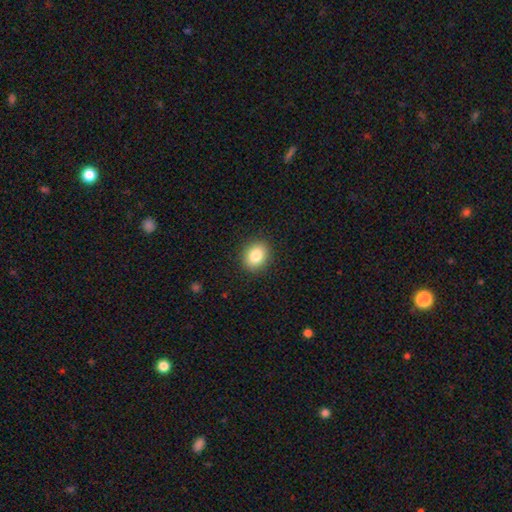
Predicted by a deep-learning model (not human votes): This appears to be a smooth galaxy with no disk features (83%) that is round (59%). Merging: none (90%).